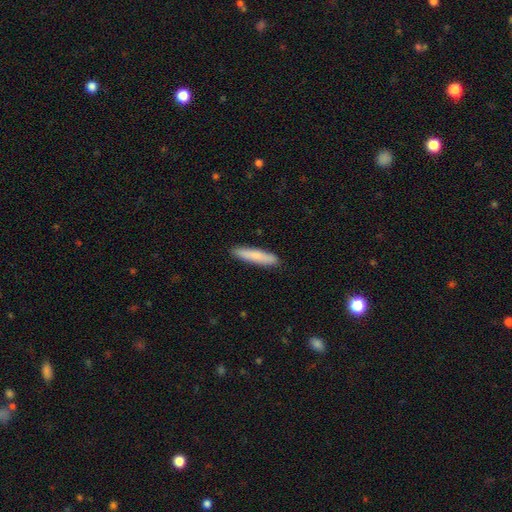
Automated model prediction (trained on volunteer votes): smooth-or-featured: smooth: 78% | featured or disk: 17% | star or artifact: 5%
  how-rounded: cigar-shaped: 87% | in between: 12% | round: 1%
  merging: none: 89% | minor disturbance: 8% | major disturbance: 2% | merger: 1%